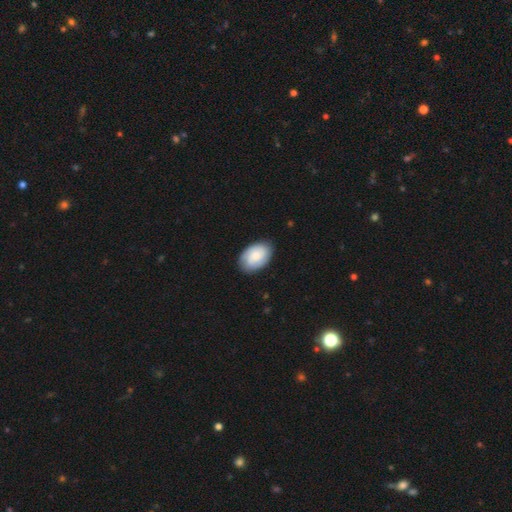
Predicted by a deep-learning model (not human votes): A smooth galaxy with no disk features (72%) that is in between round and cigar-shaped (87%). Merging: none (83%).